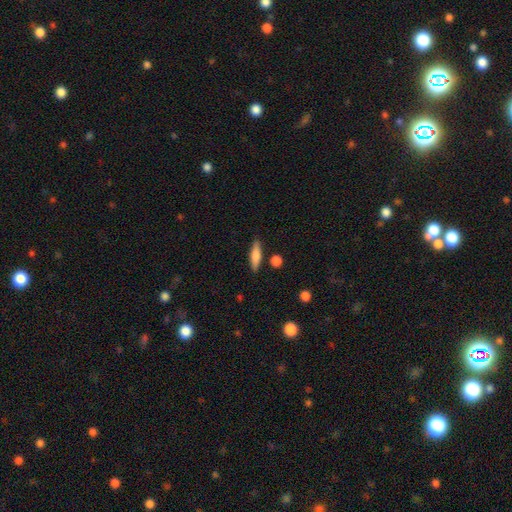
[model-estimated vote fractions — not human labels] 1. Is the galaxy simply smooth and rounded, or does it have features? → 72% smooth, 21% featured or disk, 7% star or artifact.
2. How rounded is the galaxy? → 71% cigar-shaped, 27% in between, 2% round.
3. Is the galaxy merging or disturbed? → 84% none, 10% minor disturbance, 4% merger, 2% major disturbance.